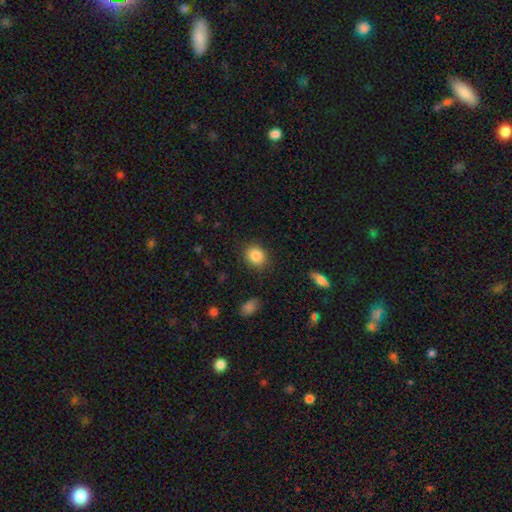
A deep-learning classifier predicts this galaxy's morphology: Smooth or featured? Predicted: smooth (p=0.85). How rounded? Predicted: round (p=0.71). Merging? Predicted: none (p=0.87).